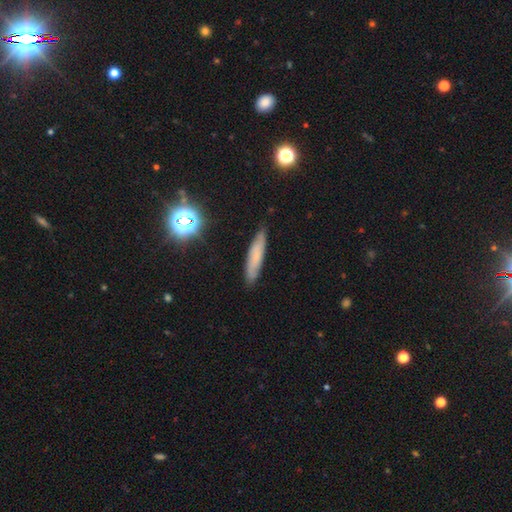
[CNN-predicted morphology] A smooth galaxy with no disk features (60%) that is cigar-shaped (83%). Merging: none (84%).